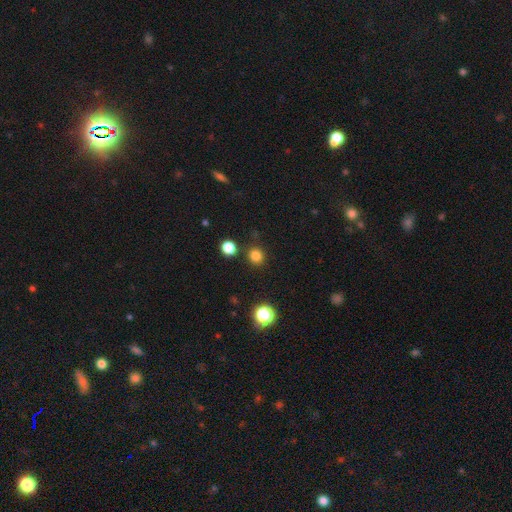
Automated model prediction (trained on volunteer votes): Smooth or featured?
  - smooth: 81% *
  - star or artifact: 15%
  - featured or disk: 4%
How rounded?
  - round: 90% *
  - in between: 9%
  - cigar-shaped: 1%
Merging?
  - none: 87% *
  - minor disturbance: 7%
  - merger: 4%
  - major disturbance: 3%